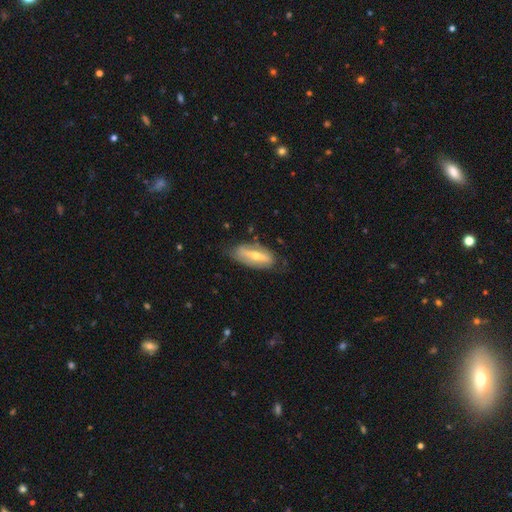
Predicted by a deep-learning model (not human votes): Smooth or featured? Predicted: featured or disk (p=0.59). Edge-on disk? Predicted: no (p=0.72). Merging? Predicted: none (p=0.71).